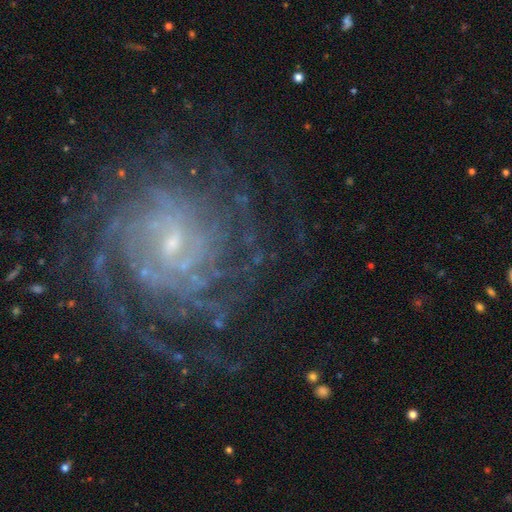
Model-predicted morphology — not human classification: The model was most divided on "bar": weak: 48%, no: 38%, strong: 14%. Remaining: edge-on disk — no (98%); spiral arms — yes (97%); smooth or featured — featured or disk (86%); bulge size — small (77%); merging — none (75%); spiral winding — tight (72%); spiral arm count — can't tell (34%).